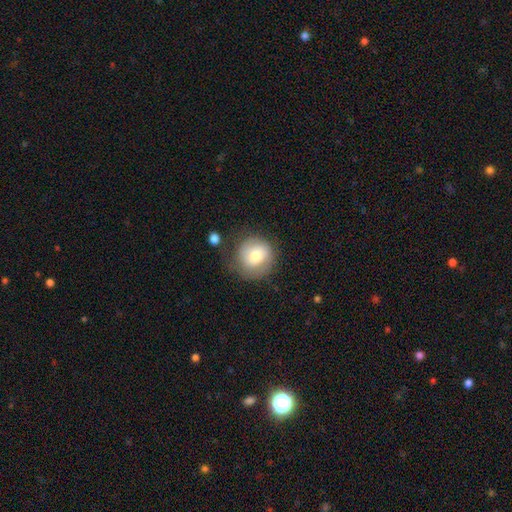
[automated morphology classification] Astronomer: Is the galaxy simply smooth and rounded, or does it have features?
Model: smooth — 64%.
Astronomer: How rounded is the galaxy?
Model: round — 89%.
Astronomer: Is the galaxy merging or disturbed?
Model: none — 66%.